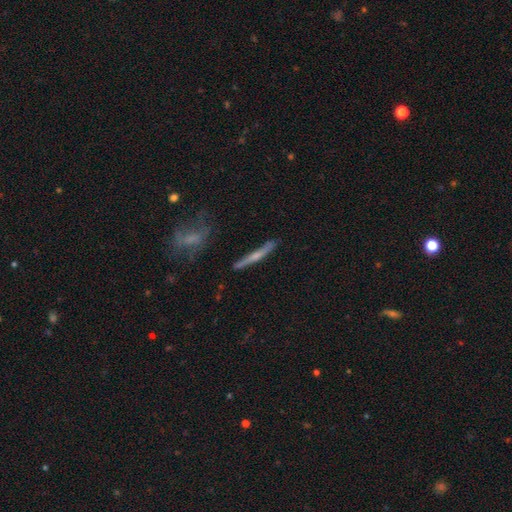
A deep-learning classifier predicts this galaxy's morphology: Overall: featured or disk (59%; smooth 34%). Edge-on disk: yes (95%). Edge-on bulge: rounded (65%; none 27%). Merging: none (84%).